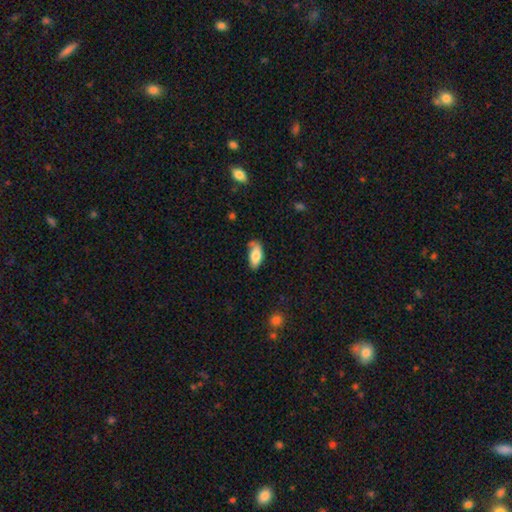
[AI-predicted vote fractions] Smooth or featured? Predicted: smooth (p=0.77). How rounded? Predicted: in between (p=0.90). Merging? Predicted: none (p=0.54).